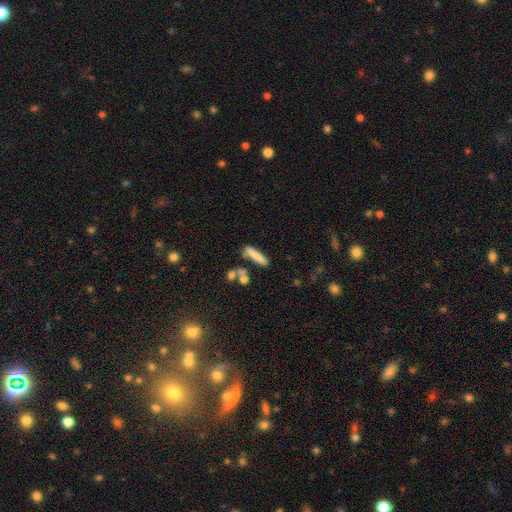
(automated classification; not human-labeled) A smooth galaxy with no disk features (76%) that is cigar-shaped (86%). Merging: none (68%).